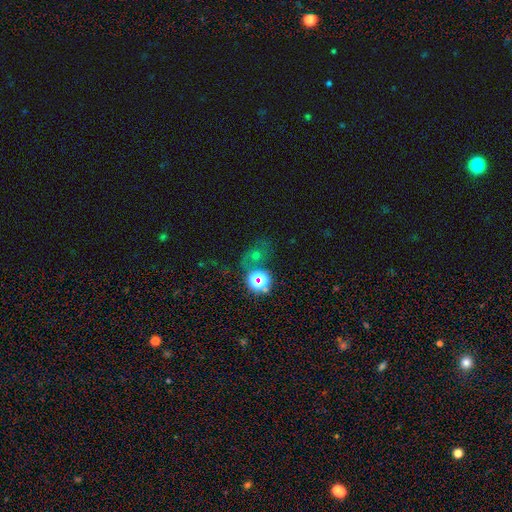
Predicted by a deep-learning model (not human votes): Smooth or featured?
  - star or artifact: 42% *
  - smooth: 40%
  - featured or disk: 18%